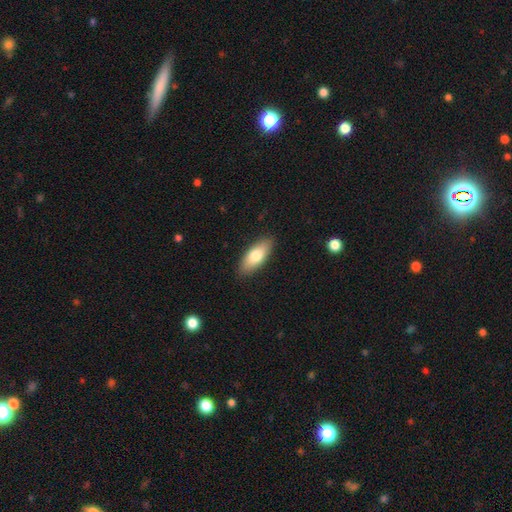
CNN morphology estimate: A smooth galaxy with no disk features (76%) that is in between round and cigar-shaped (80%). Merging: none (88%).